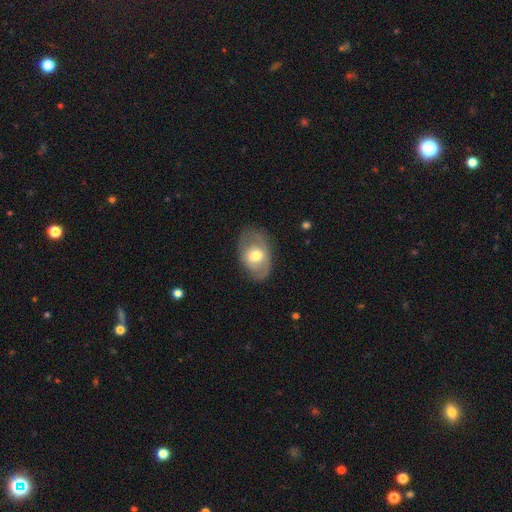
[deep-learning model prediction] Smooth or featured? Predicted: featured or disk (p=0.48). Merging? Predicted: none (p=0.71).